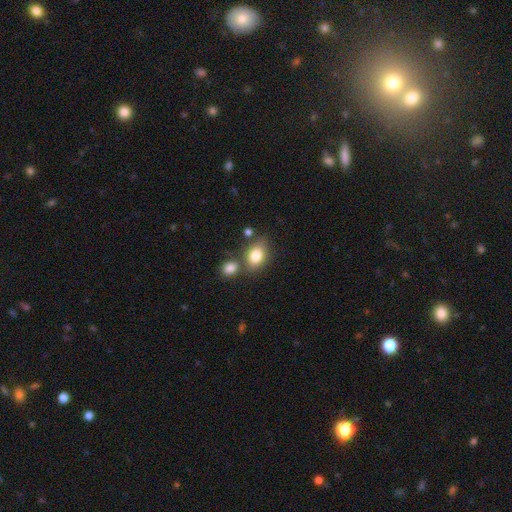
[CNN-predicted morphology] The model was most divided on "merging": none: 60%, merger: 21%, minor disturbance: 14%, major disturbance: 4%. More confident: smooth or featured — smooth (81%); how rounded — in between (74%).